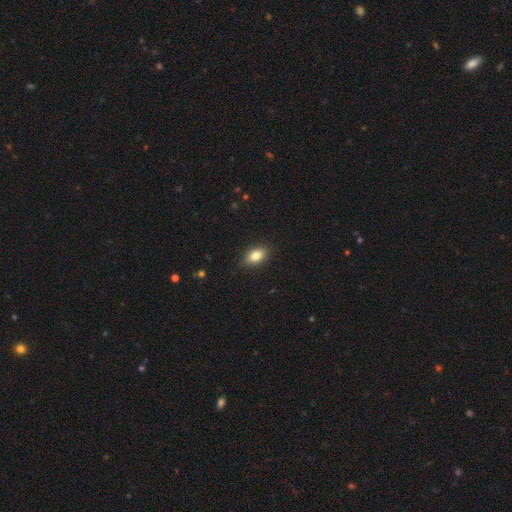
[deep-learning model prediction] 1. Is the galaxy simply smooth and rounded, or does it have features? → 83% smooth, 9% featured or disk, 8% star or artifact.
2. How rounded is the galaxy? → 87% in between, 10% round, 3% cigar-shaped.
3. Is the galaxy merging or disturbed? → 87% none, 10% minor disturbance, 2% major disturbance, 1% merger.